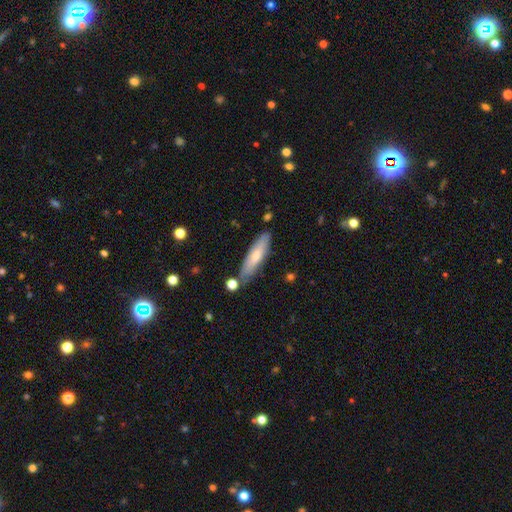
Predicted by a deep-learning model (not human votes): Smooth or featured: smooth — 66% (featured or disk — 28%)
How rounded: cigar-shaped — 72% (in between — 27%)
Merging: none — 76% (minor disturbance — 15%)